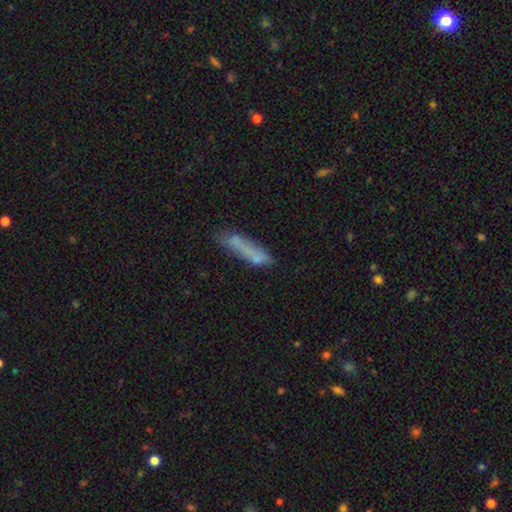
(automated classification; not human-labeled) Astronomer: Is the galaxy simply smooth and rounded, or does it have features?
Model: smooth — 60%.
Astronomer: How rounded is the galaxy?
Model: cigar-shaped — 80%.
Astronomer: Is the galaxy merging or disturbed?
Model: none — 51%.